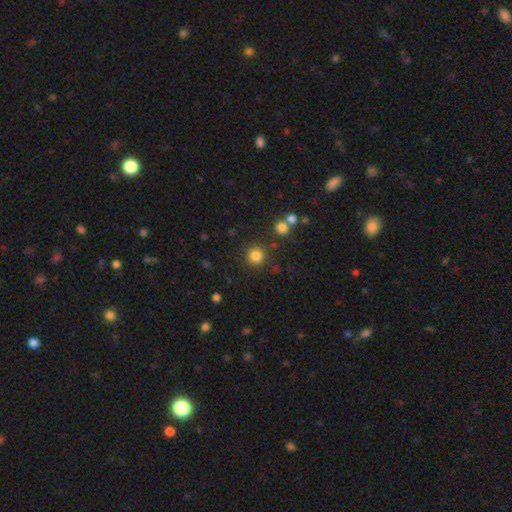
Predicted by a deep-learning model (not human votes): This appears to be a smooth galaxy with no disk features (83%) that is round (94%). Merging: none (85%).